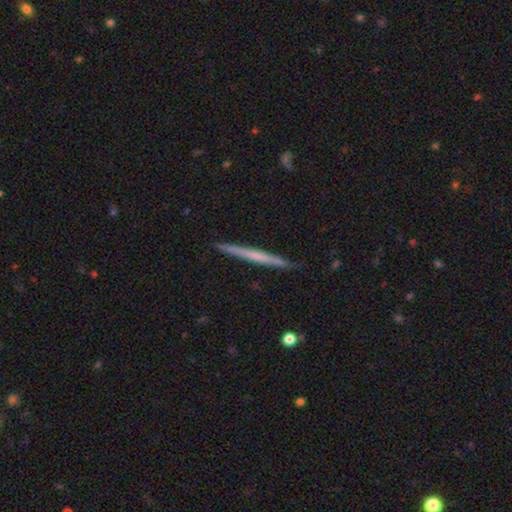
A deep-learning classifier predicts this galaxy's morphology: This appears to be a featured or disk galaxy (55%) viewed edge-on (98%) with no central bulge (81%). Merging: none (91%).